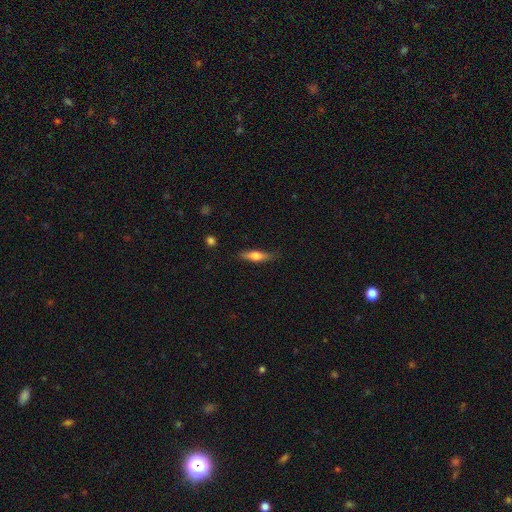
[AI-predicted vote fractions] The model was most divided on "smooth or featured": smooth: 59%, featured or disk: 35%, star or artifact: 6%. More confident: merging — none (81%); how rounded — cigar-shaped (63%).